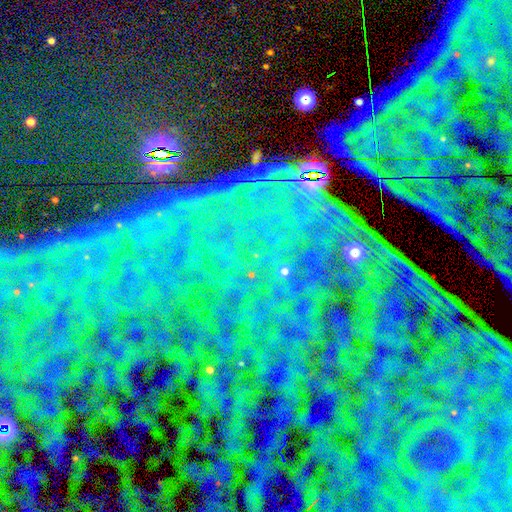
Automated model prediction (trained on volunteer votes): Overall: star or artifact (84%).